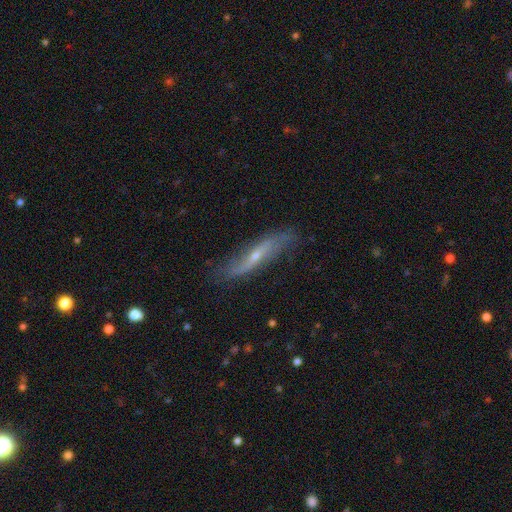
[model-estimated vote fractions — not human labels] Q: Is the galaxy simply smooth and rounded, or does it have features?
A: featured or disk — 73%.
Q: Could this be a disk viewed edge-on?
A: no — 54%.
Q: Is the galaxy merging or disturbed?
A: none — 76%.